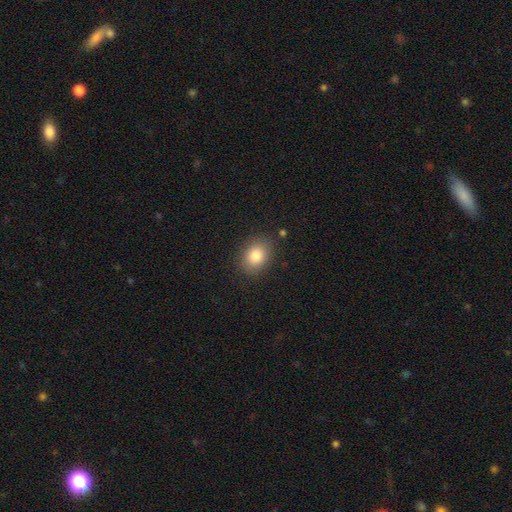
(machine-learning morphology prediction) Overall: smooth (83%). How rounded: in between (60%; round 39%). Merging: none (84%).